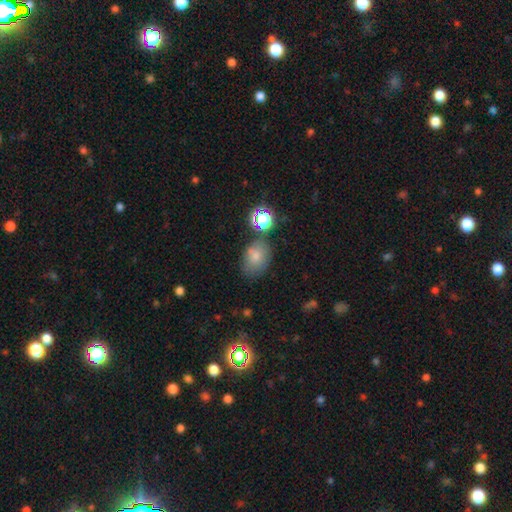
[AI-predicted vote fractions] A smooth galaxy with no disk features (73%) that is in between round and cigar-shaped (72%).

Vote fractions:
- Smooth or featured? smooth: 73% / star or artifact: 15% / featured or disk: 13%
- How rounded? in between: 72% / round: 26% / cigar-shaped: 1%
- Merging? none: 57% / minor disturbance: 21% / merger: 13% / major disturbance: 8%